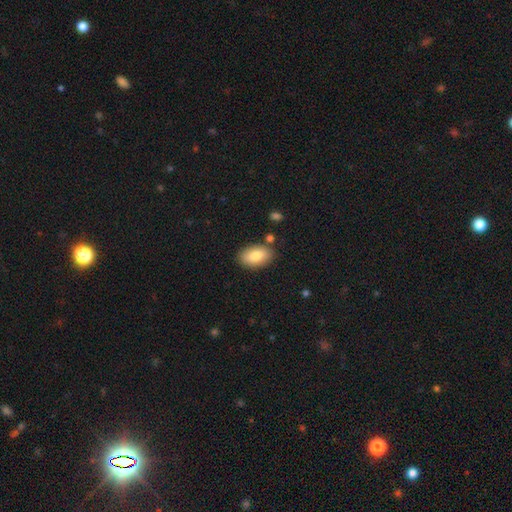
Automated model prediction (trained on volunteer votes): Morphology: type=smooth (82%); roundness=in between (93%); merging=none (83%).